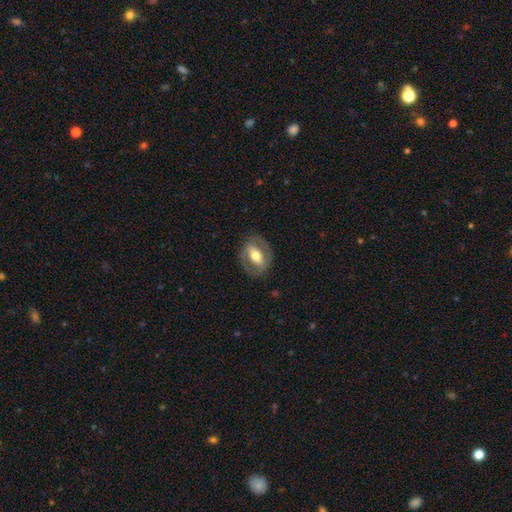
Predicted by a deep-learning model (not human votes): featured or disk 59%, smooth 35%, star or artifact 6%. Down the decision tree: edge-on disk — no (90%); bar — strong (46%); spiral arms — no (61%); bulge size — moderate (67%); merging — none (80%).